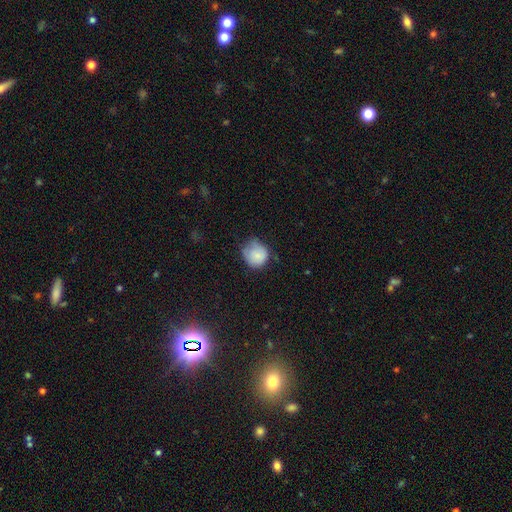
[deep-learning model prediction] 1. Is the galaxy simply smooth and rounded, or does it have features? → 80% smooth, 12% featured or disk, 8% star or artifact.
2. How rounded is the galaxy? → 85% round, 14% in between, 1% cigar-shaped.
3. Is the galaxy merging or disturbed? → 50% none, 37% minor disturbance, 11% major disturbance, 2% merger.